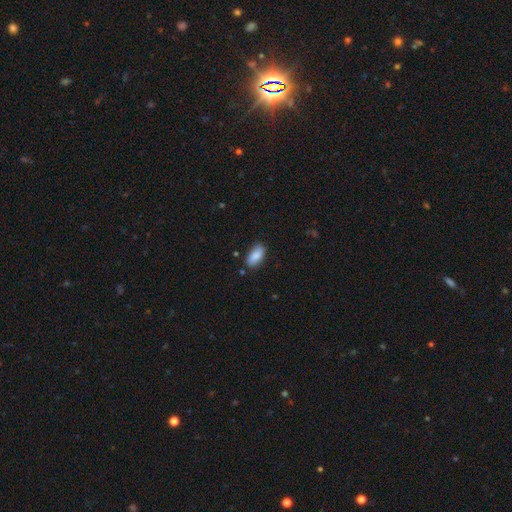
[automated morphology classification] Smooth or featured: smooth — 85% (featured or disk — 8%)
How rounded: in between — 92% (cigar-shaped — 6%)
Merging: none — 80% (minor disturbance — 15%)